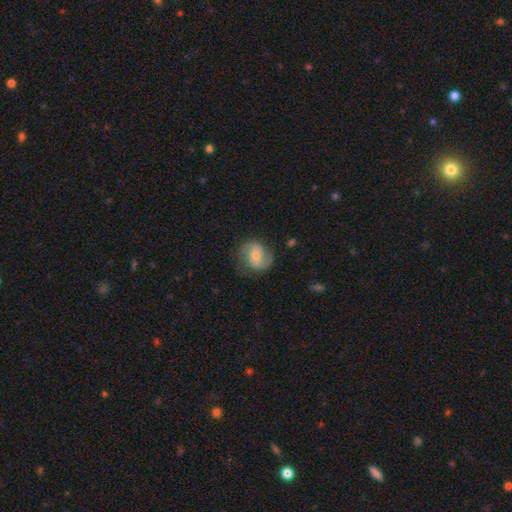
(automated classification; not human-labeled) The model was most divided on "bulge size": small: 49%, moderate: 45%, large: 3%, none: 2%, dominant: 1%. Remaining: edge-on disk — no (97%); spiral arms — yes (91%); spiral arm count — 2 (82%); merging — none (72%); smooth or featured — featured or disk (67%); bar — no (49%); spiral winding — medium (46%).